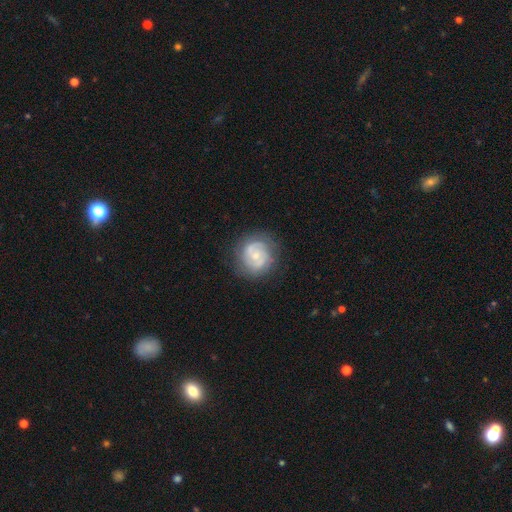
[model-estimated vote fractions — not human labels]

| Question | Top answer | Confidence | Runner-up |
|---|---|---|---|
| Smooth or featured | featured or disk | 71% | smooth (23%) |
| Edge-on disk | no | 98% | yes (2%) |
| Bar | no | 68% | weak (27%) |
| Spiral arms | yes | 85% | no (15%) |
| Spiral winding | tight | 53% | medium (35%) |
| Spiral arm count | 2 | 54% | can't tell (25%) |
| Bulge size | small | 59% | moderate (37%) |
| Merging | none | 79% | minor disturbance (14%) |